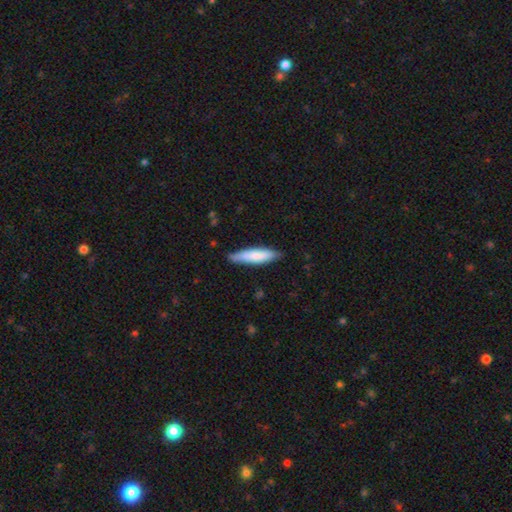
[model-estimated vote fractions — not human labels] Smooth or featured? smooth (74%)
How rounded? cigar-shaped (70%)
Merging? none (78%)